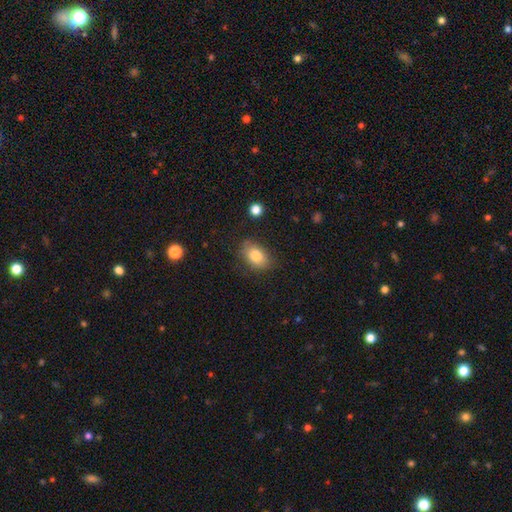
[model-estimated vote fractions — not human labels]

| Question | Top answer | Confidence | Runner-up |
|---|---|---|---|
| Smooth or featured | smooth | 82% | featured or disk (10%) |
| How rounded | in between | 85% | round (13%) |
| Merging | none | 77% | minor disturbance (17%) |